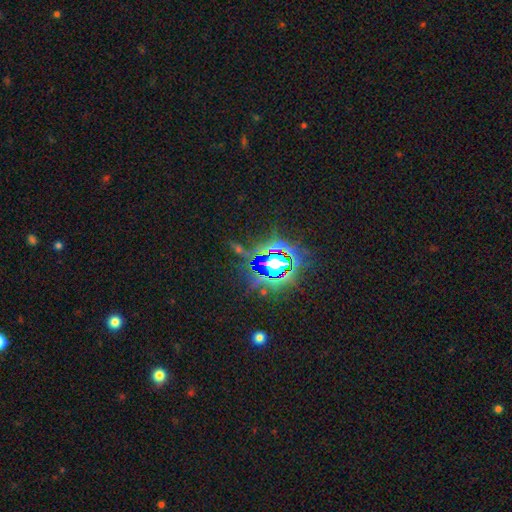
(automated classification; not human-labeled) Smooth or featured? Predicted: star or artifact (p=0.82).